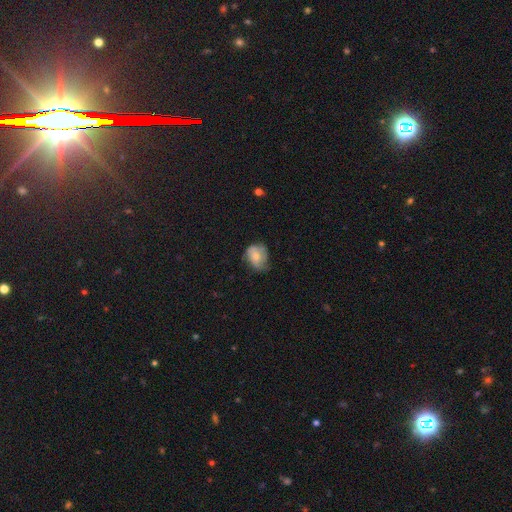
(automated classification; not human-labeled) Q: Smooth or featured?
A: smooth (60%); runner-up: featured or disk (32%)
Q: How rounded?
A: in between (59%); runner-up: round (40%)
Q: Merging?
A: none (49%); runner-up: minor disturbance (34%)